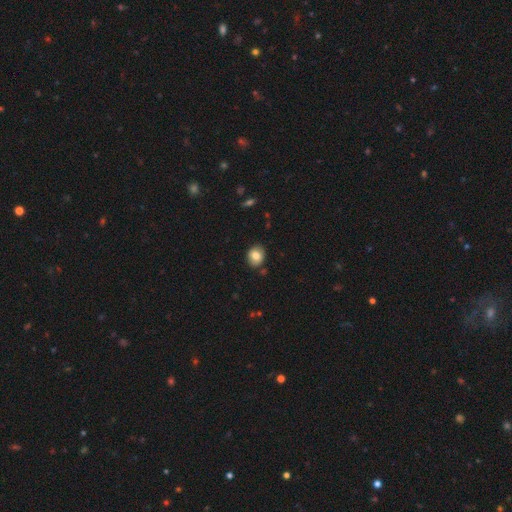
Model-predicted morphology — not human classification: smooth 81%, featured or disk 10%, star or artifact 9%. Down the decision tree: how rounded — round (61%); merging — none (85%).